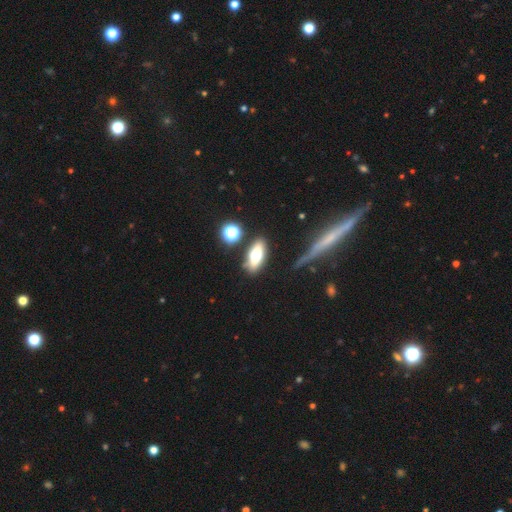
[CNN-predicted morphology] This is likely a smooth galaxy (64%). How rounded: likely in between (75%). Merging: likely none (78%).